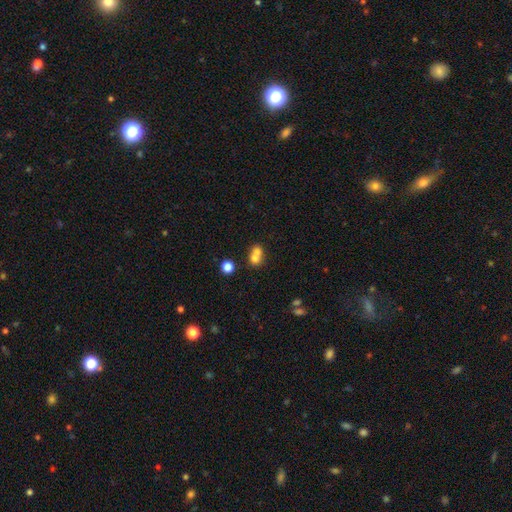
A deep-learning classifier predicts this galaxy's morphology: This appears to be a smooth galaxy with no disk features (70%) that is round (66%). Merging: merger (66%).